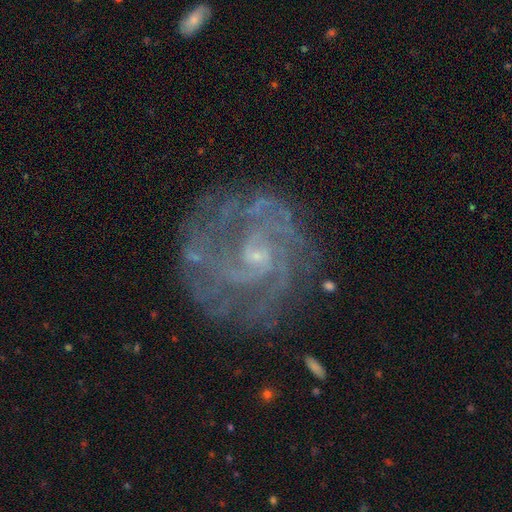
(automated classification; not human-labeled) Smooth or featured?
  - featured or disk: 86% *
  - star or artifact: 8%
  - smooth: 6%
Edge-on disk?
  - no: 98% *
  - yes: 2%
Bar?
  - no: 46% *
  - weak: 45%
  - strong: 9%
Spiral arms?
  - yes: 95% *
  - no: 5%
Spiral winding?
  - tight: 57% *
  - medium: 35%
  - loose: 8%
Spiral arm count?
  - 2: 36% *
  - can't tell: 24%
  - 3: 20%
  - 4: 8%
  - 1: 6%
  - more than 4: 6%
Bulge size?
  - small: 68% *
  - moderate: 22%
  - none: 8%
  - large: 1%
  - dominant: 1%
Merging?
  - none: 77% *
  - minor disturbance: 14%
  - major disturbance: 7%
  - merger: 2%